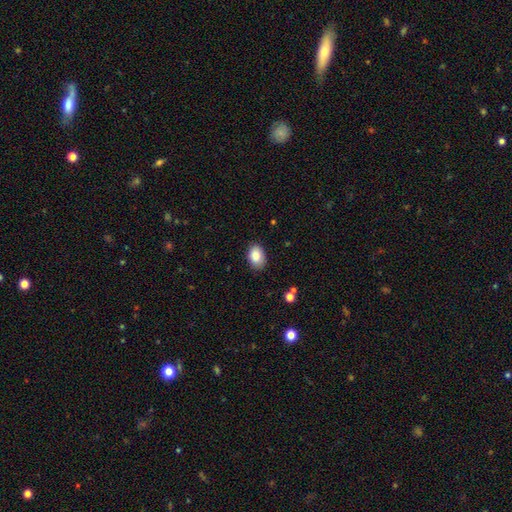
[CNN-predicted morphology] A smooth galaxy with no disk features (87%) that is in between round and cigar-shaped (84%). Merging: none (84%).